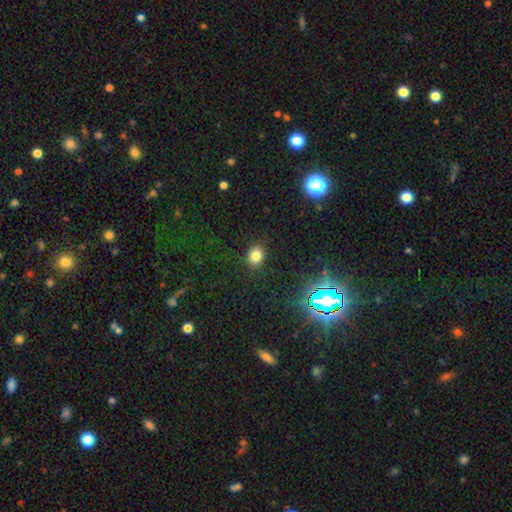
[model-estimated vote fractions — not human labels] Morphology: type=smooth (78%); roundness=round (50%); merging=none (88%).